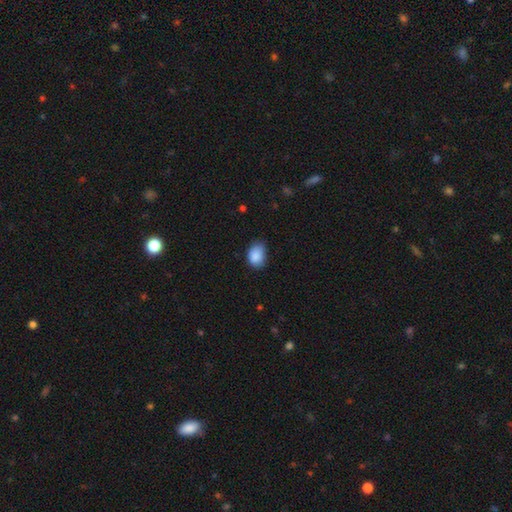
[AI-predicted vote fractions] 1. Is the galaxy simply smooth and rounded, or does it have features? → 87% smooth, 8% star or artifact, 5% featured or disk.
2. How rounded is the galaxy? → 72% in between, 28% round, 1% cigar-shaped.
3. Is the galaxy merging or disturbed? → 59% none, 34% minor disturbance, 6% major disturbance, 1% merger.